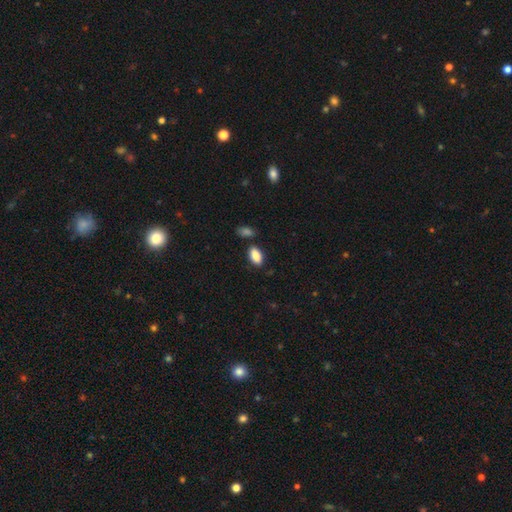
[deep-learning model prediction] Overall: smooth (88%). How rounded: in between (92%). Merging: none (78%).